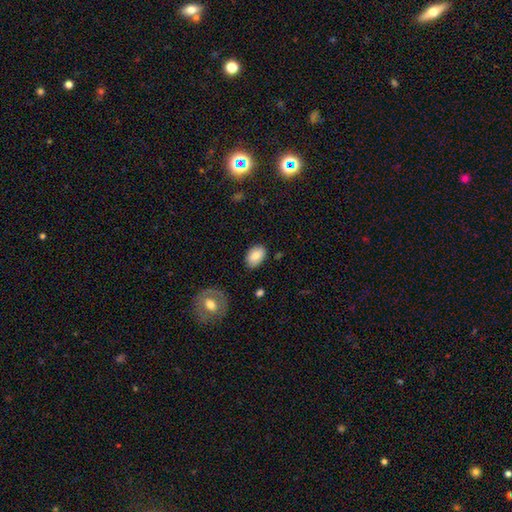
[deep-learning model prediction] Smooth or featured?
  - smooth: 80% *
  - featured or disk: 12%
  - star or artifact: 8%
How rounded?
  - in between: 85% *
  - round: 14%
  - cigar-shaped: 1%
Merging?
  - none: 82% *
  - minor disturbance: 13%
  - major disturbance: 3%
  - merger: 2%